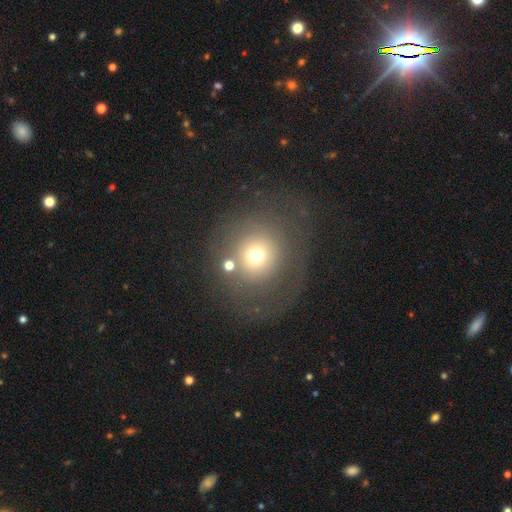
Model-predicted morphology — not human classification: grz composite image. It shows a smooth galaxy with no disk features (61%) that is round (90%). Merging: none (61%).